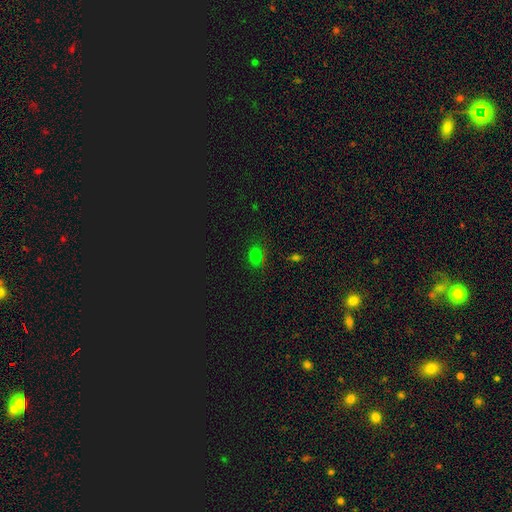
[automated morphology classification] smooth 63%, star or artifact 30%, featured or disk 7%. Down the decision tree: how rounded — in between (55%); merging — none (71%).